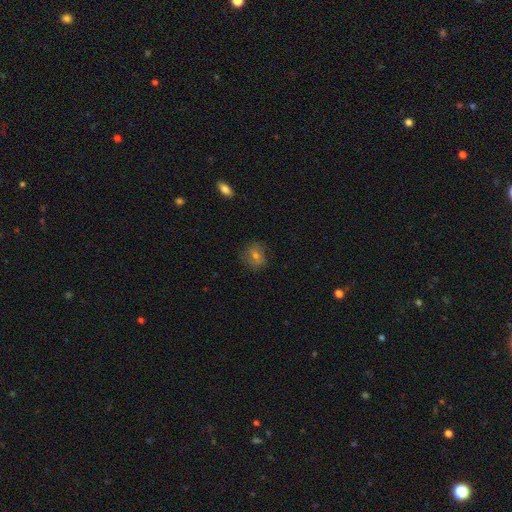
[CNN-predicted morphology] This is possibly a smooth galaxy (51%). How rounded: likely round (75%). Merging: clearly none (80%).